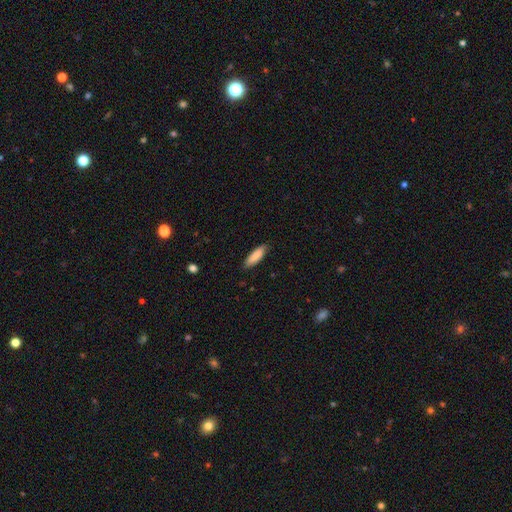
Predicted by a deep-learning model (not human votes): A smooth galaxy with no disk features (87%) that is in between round and cigar-shaped (53%).

Vote fractions:
- Smooth or featured? smooth: 87% / featured or disk: 8% / star or artifact: 5%
- How rounded? in between: 53% / cigar-shaped: 46% / round: 1%
- Merging? none: 85% / minor disturbance: 12% / major disturbance: 2% / merger: 1%